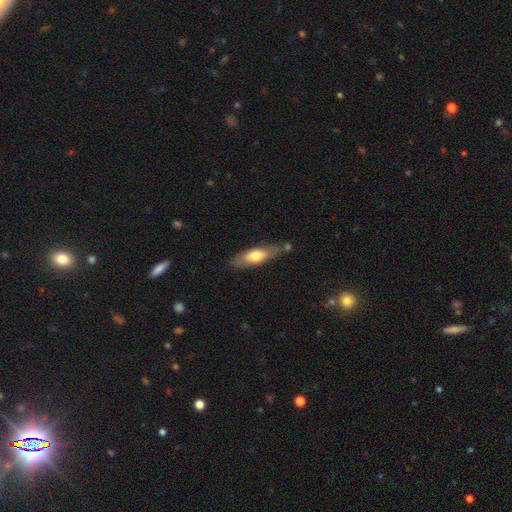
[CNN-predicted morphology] smooth_or_featured: smooth (p=0.61) [alt: featured or disk p=0.33]
how_rounded: in between (p=0.53) [alt: cigar-shaped p=0.45]
merging: none (p=0.71) [alt: minor disturbance p=0.19]